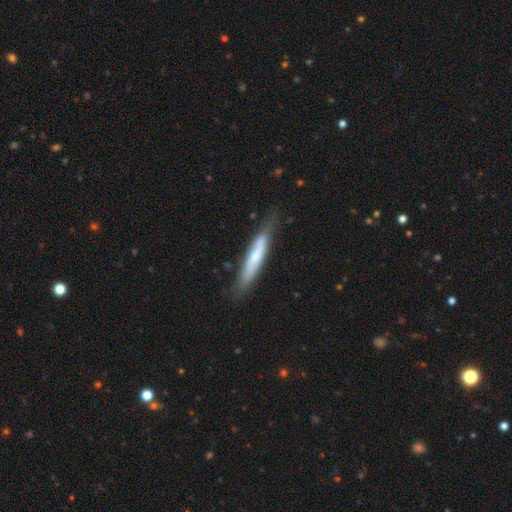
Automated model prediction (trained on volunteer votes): This is possibly a smooth galaxy (49%). Merging: likely none (73%).